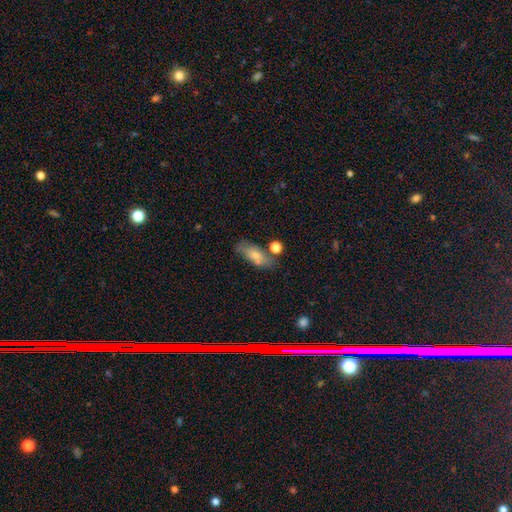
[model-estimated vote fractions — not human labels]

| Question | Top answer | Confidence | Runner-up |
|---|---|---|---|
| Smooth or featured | smooth | 70% | featured or disk (21%) |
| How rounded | in between | 74% | cigar-shaped (21%) |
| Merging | none | 58% | minor disturbance (21%) |